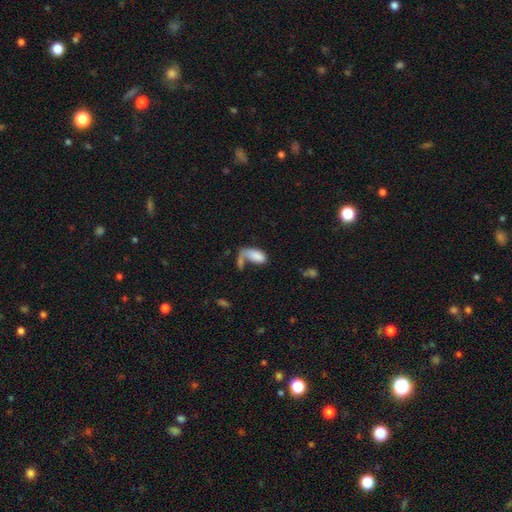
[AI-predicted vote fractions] Q: Smooth or featured?
A: smooth (76%); runner-up: featured or disk (16%)
Q: How rounded?
A: in between (90%); runner-up: cigar-shaped (7%)
Q: Merging?
A: merger (33%); runner-up: none (27%)